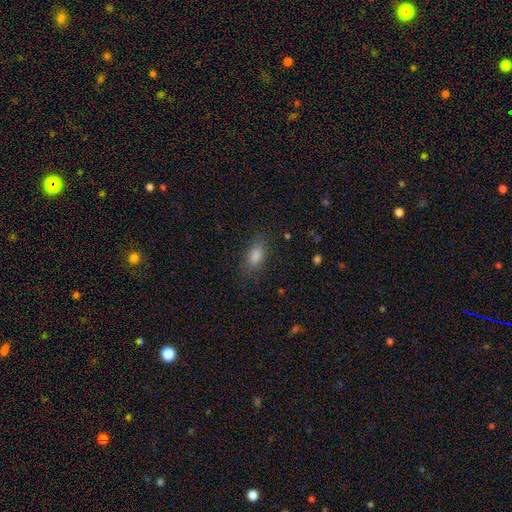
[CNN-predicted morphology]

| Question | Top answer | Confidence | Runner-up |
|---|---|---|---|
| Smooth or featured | smooth | 85% | star or artifact (8%) |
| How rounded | in between | 88% | cigar-shaped (6%) |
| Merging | none | 80% | minor disturbance (14%) |